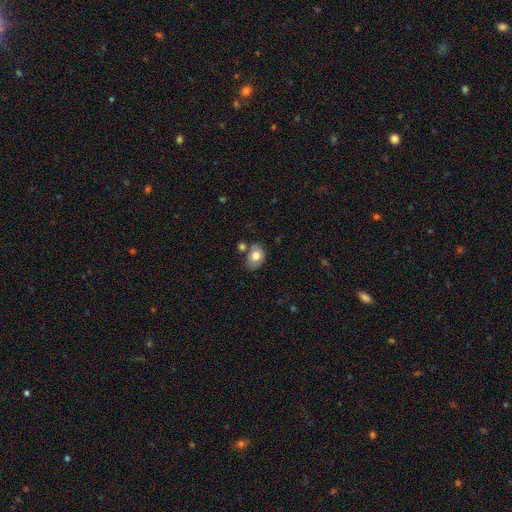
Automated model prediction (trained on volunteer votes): Morphology: type=smooth (75%); roundness=in between (68%); merging=none (59%).